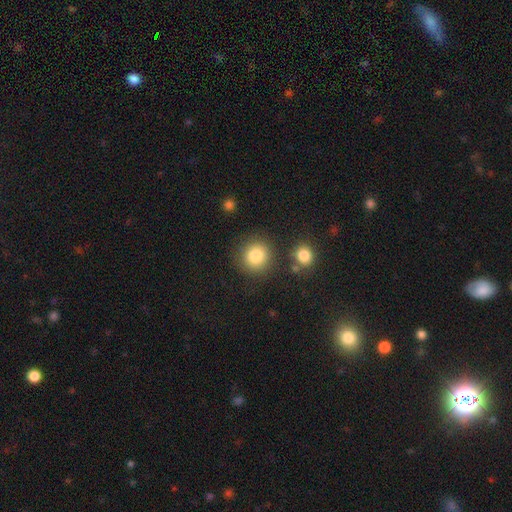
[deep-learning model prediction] smooth 84%, star or artifact 10%, featured or disk 6%. Down the decision tree: how rounded — round (91%); merging — none (82%).